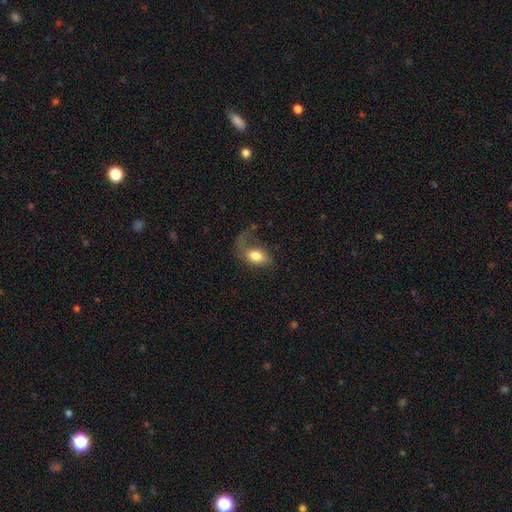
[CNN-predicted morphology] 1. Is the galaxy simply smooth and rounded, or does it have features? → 65% smooth, 27% featured or disk, 8% star or artifact.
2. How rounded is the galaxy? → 80% in between, 18% round, 2% cigar-shaped.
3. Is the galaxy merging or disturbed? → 43% major disturbance, 32% none, 21% minor disturbance, 4% merger.